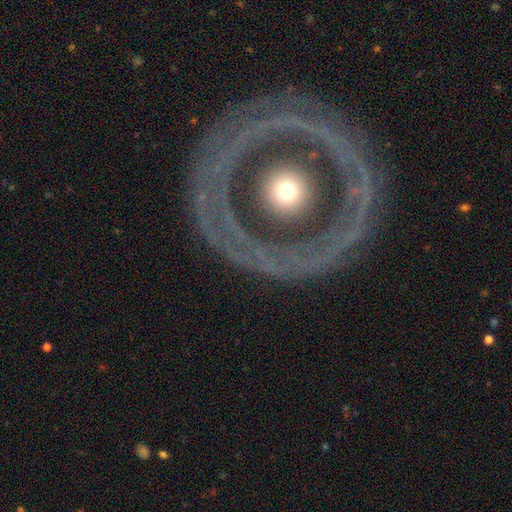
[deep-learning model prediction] This appears to be a featured or disk galaxy (68%) with no bar (85%), no spiral arms (77%) and a moderate central bulge (72%). Merging: none (83%).